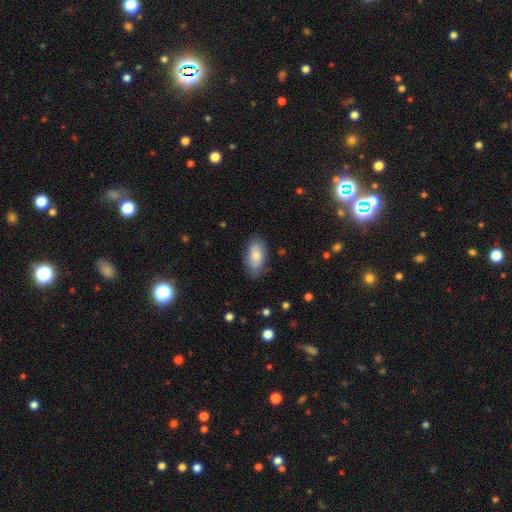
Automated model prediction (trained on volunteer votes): Q: Smooth or featured?
A: smooth (80%); runner-up: featured or disk (14%)
Q: How rounded?
A: in between (93%); runner-up: cigar-shaped (4%)
Q: Merging?
A: none (76%); runner-up: minor disturbance (19%)